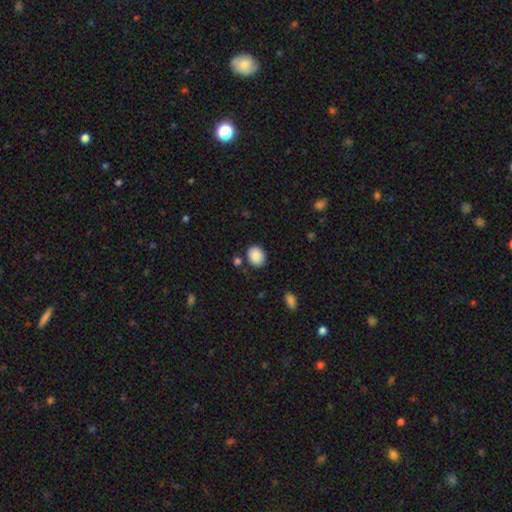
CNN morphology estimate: This is clearly a smooth galaxy (89%). How rounded: possibly round (52%). Merging: clearly none (83%).